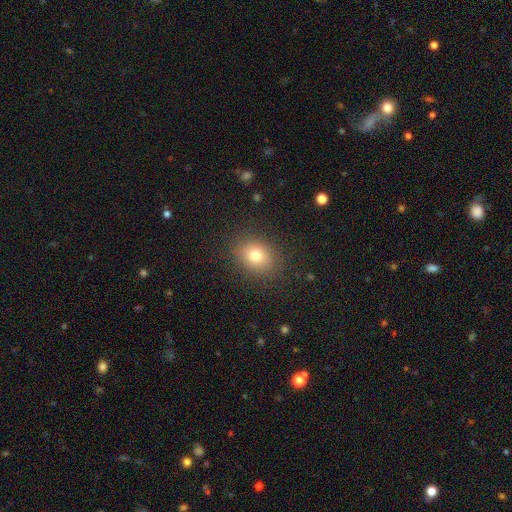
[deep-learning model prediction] smooth-or-featured: smooth: 76% | star or artifact: 14% | featured or disk: 10%
  how-rounded: round: 54% | in between: 45% | cigar-shaped: 1%
  merging: none: 87% | minor disturbance: 9% | major disturbance: 4% | merger: 1%